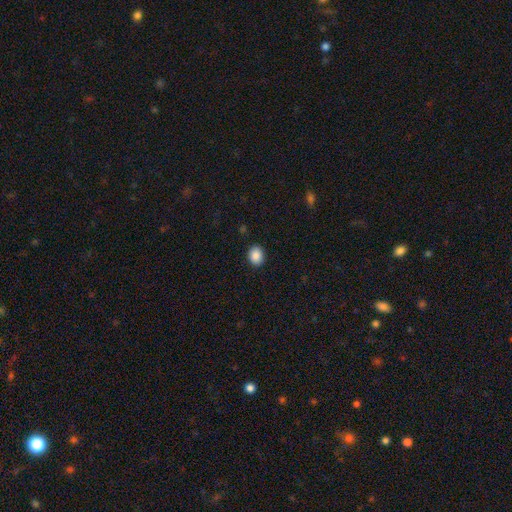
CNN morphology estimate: Smooth or featured: smooth — 89% (star or artifact — 8%)
How rounded: in between — 50% (round — 49%)
Merging: none — 90% (minor disturbance — 7%)